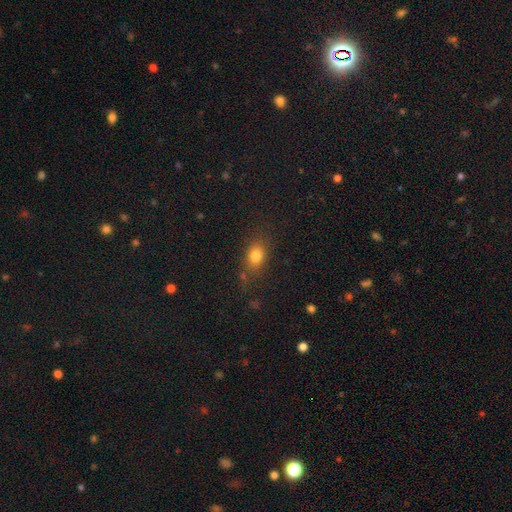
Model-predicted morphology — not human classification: This appears to be a smooth galaxy with no disk features (80%) that is in between round and cigar-shaped (64%). Merging: none (72%).